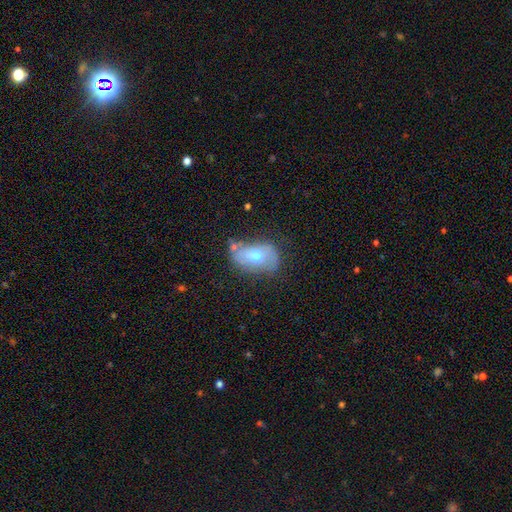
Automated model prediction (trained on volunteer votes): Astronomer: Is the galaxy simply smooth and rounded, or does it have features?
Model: smooth — 49% (runner-up: featured or disk, 42%).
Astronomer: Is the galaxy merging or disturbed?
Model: none — 54%.